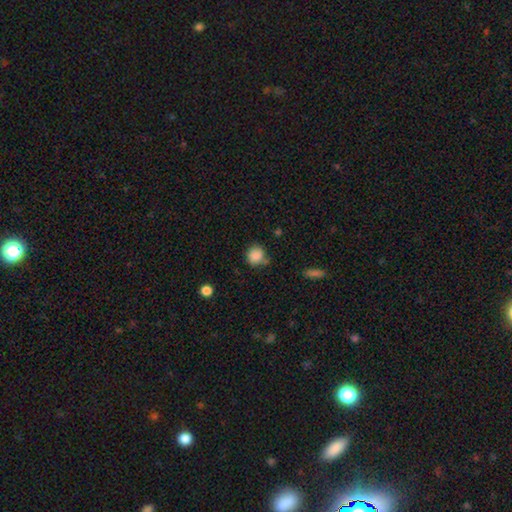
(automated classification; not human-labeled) This is clearly a smooth galaxy (86%). How rounded: clearly round (83%). Merging: likely none (66%).